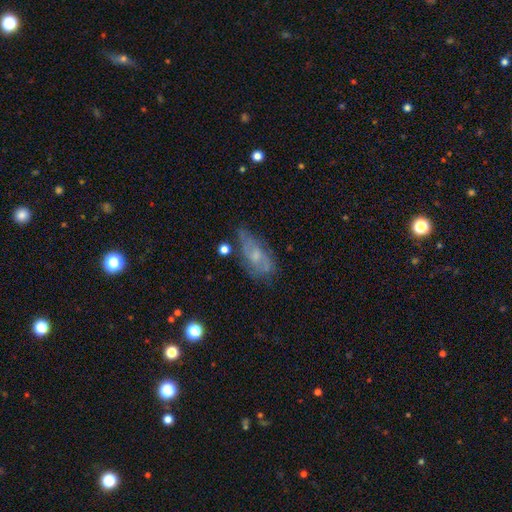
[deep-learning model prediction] Smooth or featured? featured or disk (53%)
Edge-on disk? no (89%)
Merging? none (49%)